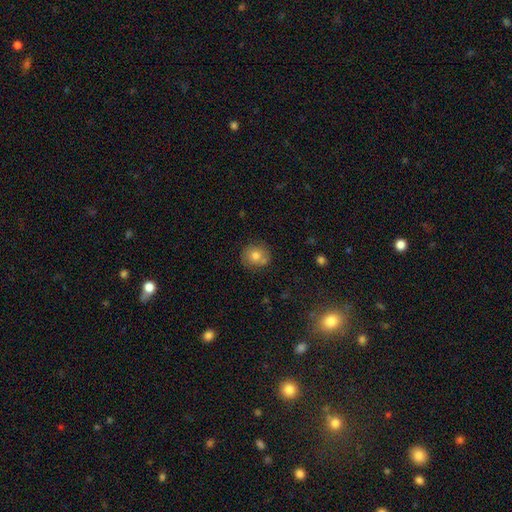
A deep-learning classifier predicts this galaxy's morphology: Q: Smooth or featured?
A: smooth (75%); runner-up: featured or disk (15%)
Q: How rounded?
A: round (84%); runner-up: in between (15%)
Q: Merging?
A: none (71%); runner-up: minor disturbance (14%)